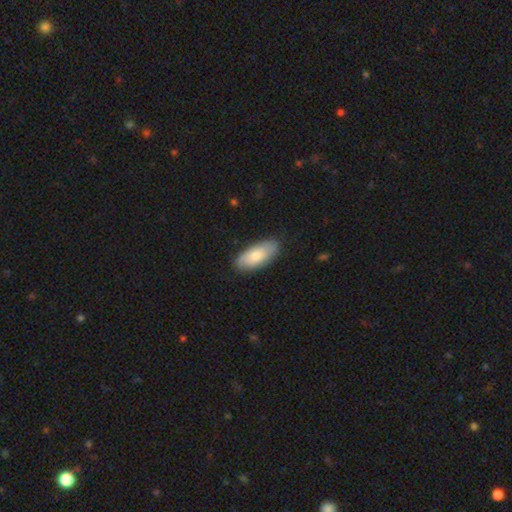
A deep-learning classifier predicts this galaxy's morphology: This is likely a smooth galaxy (78%). How rounded: clearly in between (90%). Merging: clearly none (83%).